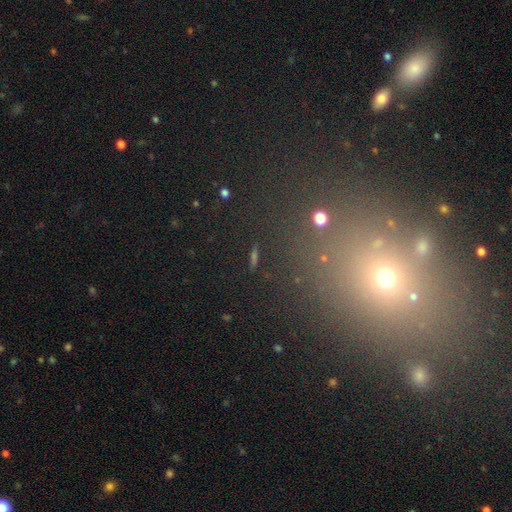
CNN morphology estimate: The model was most divided on "smooth or featured": star or artifact: 52%, smooth: 33%, featured or disk: 15%.